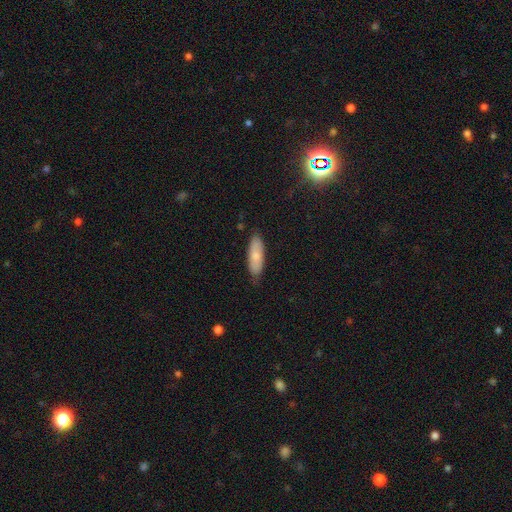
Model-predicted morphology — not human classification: Overall: smooth (76%). How rounded: in between (61%; cigar-shaped 37%). Merging: none (80%).